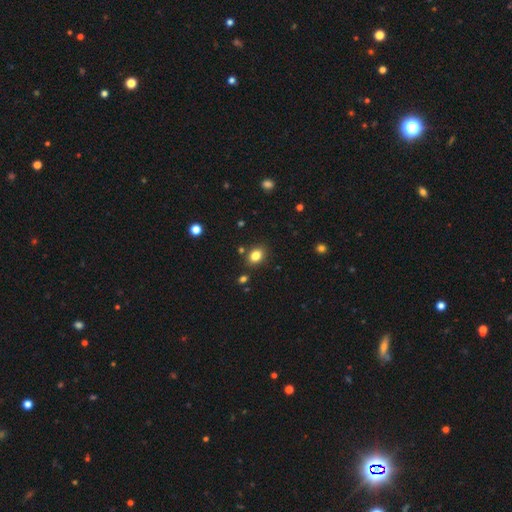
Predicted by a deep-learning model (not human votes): Smooth or featured: smooth — 83% (star or artifact — 11%)
How rounded: in between — 61% (round — 38%)
Merging: none — 84% (minor disturbance — 10%)